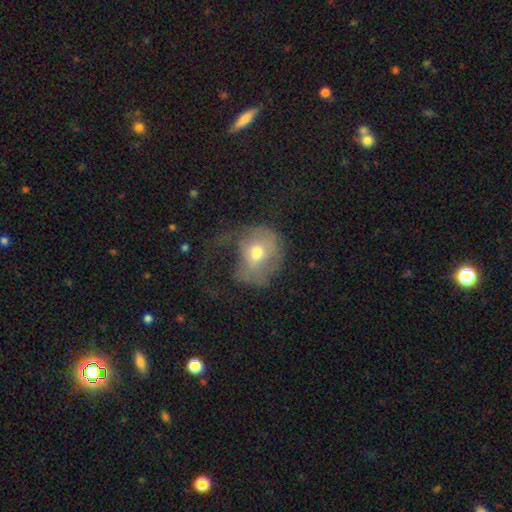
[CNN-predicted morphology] A smooth galaxy with no disk features (53%) that is round (63%). Merging: major disturbance (49%).